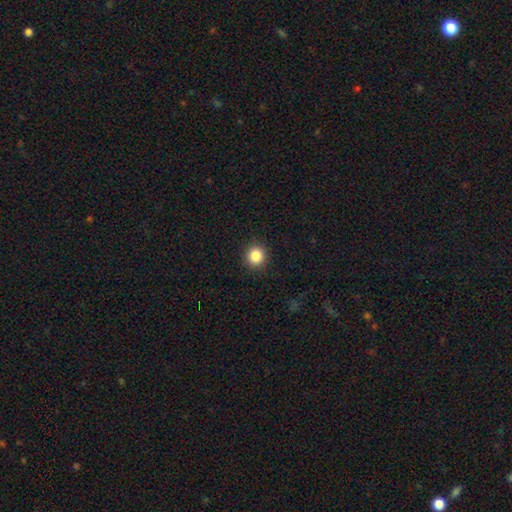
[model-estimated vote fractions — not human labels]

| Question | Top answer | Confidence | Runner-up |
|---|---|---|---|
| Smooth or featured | smooth | 85% | star or artifact (11%) |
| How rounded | round | 91% | in between (8%) |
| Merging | none | 92% | minor disturbance (6%) |